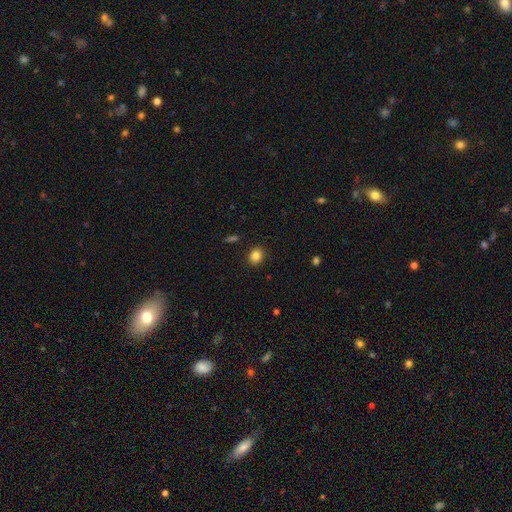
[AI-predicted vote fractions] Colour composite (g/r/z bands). It shows a smooth galaxy with no disk features (84%) that is round (60%). Merging: none (89%).